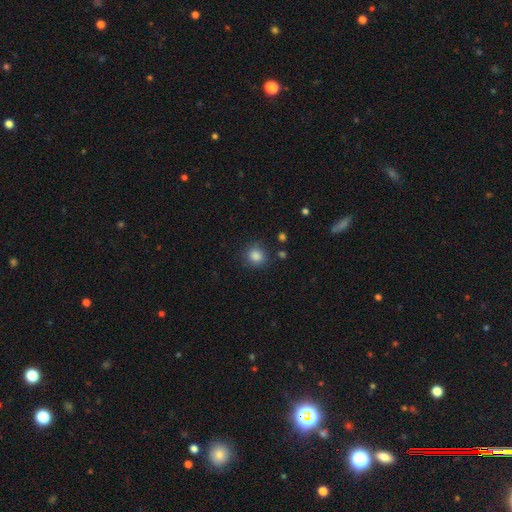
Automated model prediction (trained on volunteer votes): Smooth or featured?
  - smooth: 85% *
  - star or artifact: 10%
  - featured or disk: 4%
How rounded?
  - round: 85% *
  - in between: 14%
  - cigar-shaped: 1%
Merging?
  - none: 83% *
  - minor disturbance: 11%
  - major disturbance: 3%
  - merger: 2%